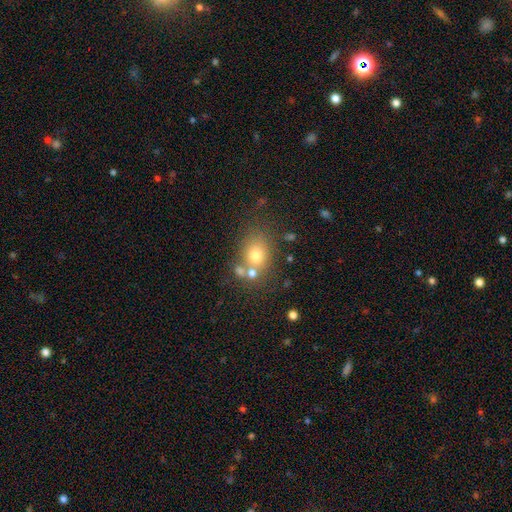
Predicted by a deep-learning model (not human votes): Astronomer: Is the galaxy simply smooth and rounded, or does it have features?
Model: smooth — 71%.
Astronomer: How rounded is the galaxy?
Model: in between — 50% (runner-up: round, 49%).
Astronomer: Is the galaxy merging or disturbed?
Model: none — 58%.